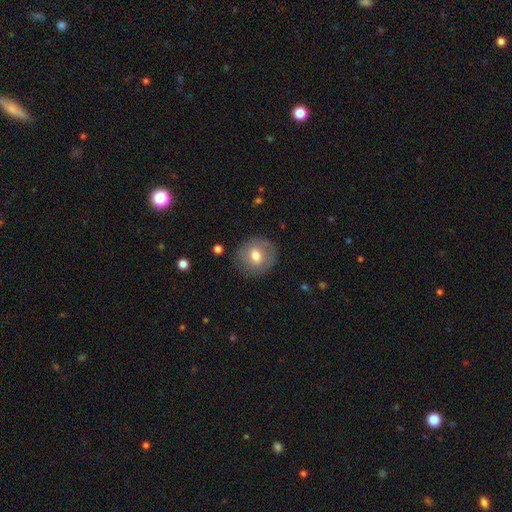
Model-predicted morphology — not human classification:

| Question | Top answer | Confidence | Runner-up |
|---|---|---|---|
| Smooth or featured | smooth | 65% | featured or disk (28%) |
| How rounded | round | 84% | in between (15%) |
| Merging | none | 82% | minor disturbance (13%) |